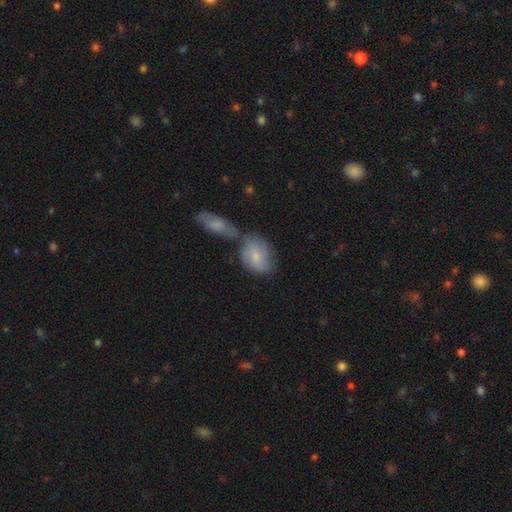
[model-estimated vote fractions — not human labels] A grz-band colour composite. It shows a smooth galaxy with no disk features (58%) that is in between round and cigar-shaped (71%). Merging: none (40%).